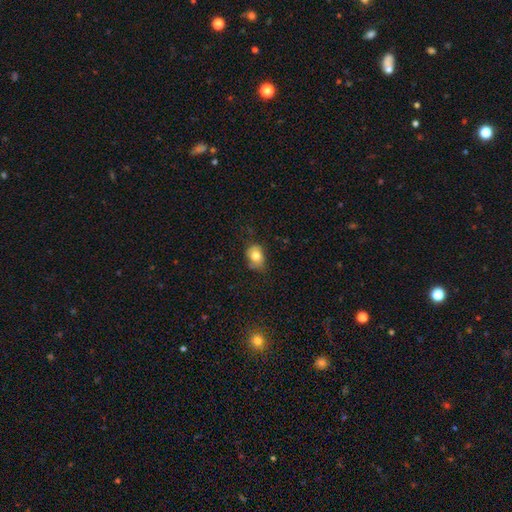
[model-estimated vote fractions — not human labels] Overall: smooth (80%). How rounded: in between (67%; round 32%). Merging: none (64%; minor disturbance 28%).